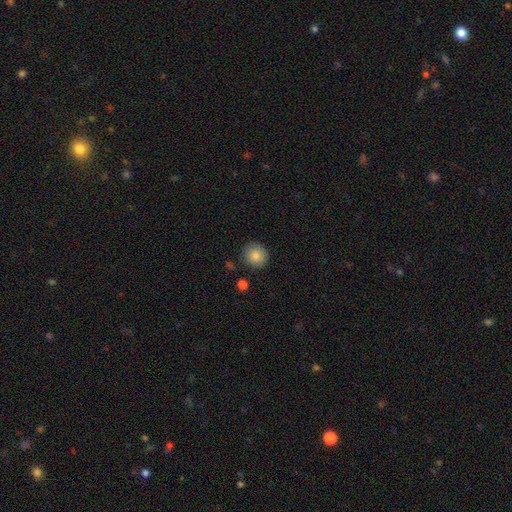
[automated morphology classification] smooth-or-featured: smooth: 86% | star or artifact: 9% | featured or disk: 5%
  how-rounded: round: 88% | in between: 11% | cigar-shaped: 1%
  merging: none: 85% | minor disturbance: 10% | major disturbance: 3% | merger: 2%